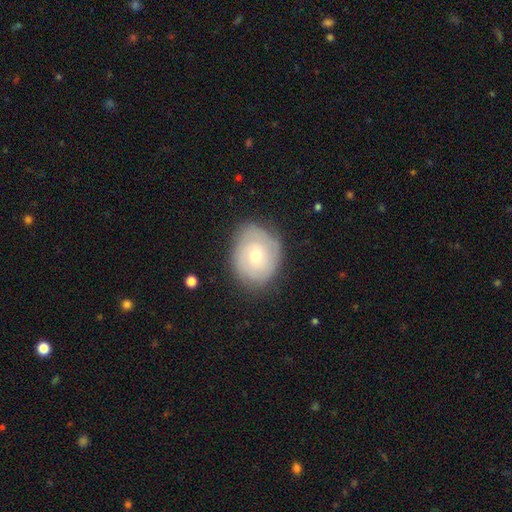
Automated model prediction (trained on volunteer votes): This appears to be a featured or disk galaxy (53%) with no bar (82%), spiral arms (69%) and a moderate central bulge (61%). Merging: none (76%).